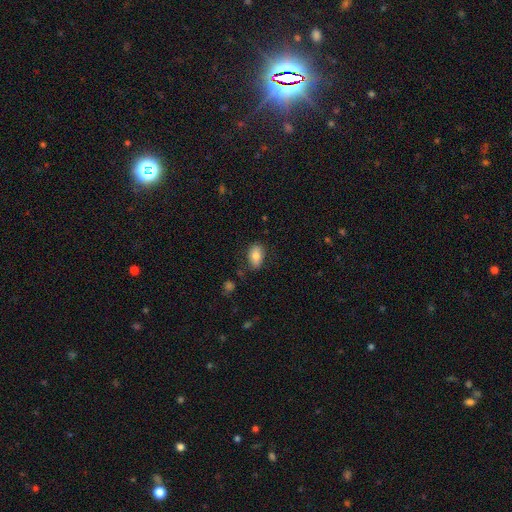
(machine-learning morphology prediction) Smooth or featured? smooth (80%)
How rounded? in between (88%)
Merging? none (79%)